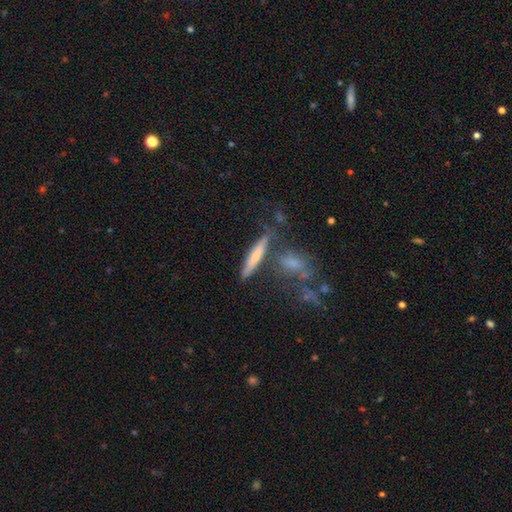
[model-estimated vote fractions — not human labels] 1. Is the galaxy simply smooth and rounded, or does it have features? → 61% smooth, 30% featured or disk, 8% star or artifact.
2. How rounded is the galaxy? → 86% cigar-shaped, 11% in between, 3% round.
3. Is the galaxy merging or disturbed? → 69% none, 14% minor disturbance, 13% merger, 5% major disturbance.